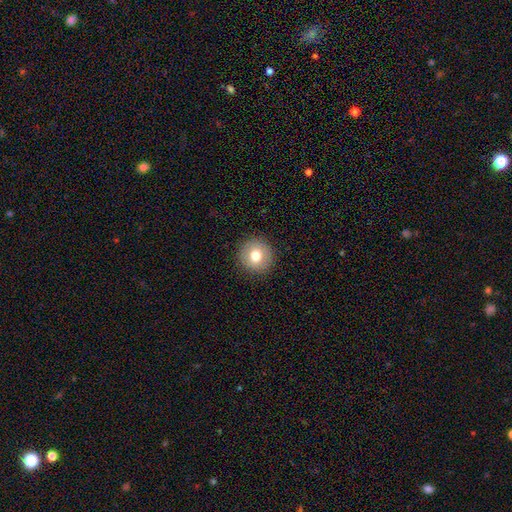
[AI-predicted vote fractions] smooth-or-featured: smooth: 75% | featured or disk: 15% | star or artifact: 10%
  how-rounded: round: 94% | in between: 5% | cigar-shaped: 1%
  merging: none: 91% | minor disturbance: 6% | major disturbance: 2% | merger: 1%